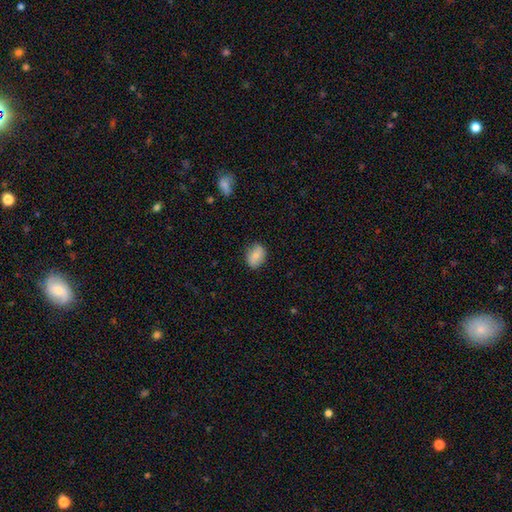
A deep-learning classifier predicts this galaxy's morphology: Smooth or featured? smooth (78%)
How rounded? in between (73%)
Merging? none (79%)